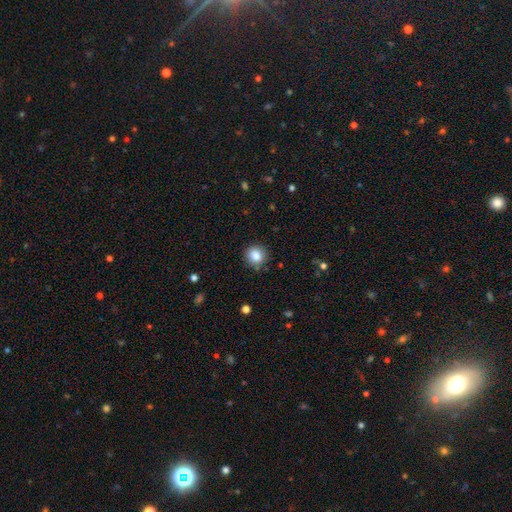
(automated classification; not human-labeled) Morphology: type=smooth (84%); roundness=round (92%); merging=none (88%).